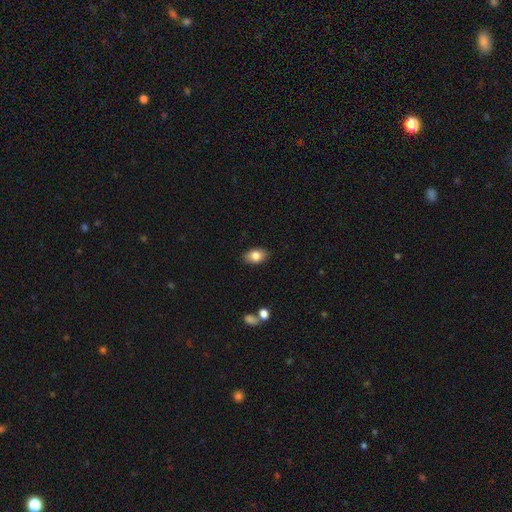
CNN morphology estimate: The model was most divided on "smooth or featured": smooth: 82%, featured or disk: 10%, star or artifact: 8%. More confident: how rounded — in between (87%); merging — none (87%).